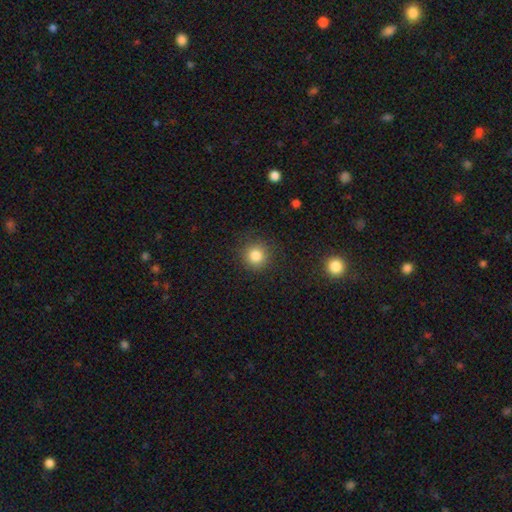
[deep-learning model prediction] Smooth or featured?
  - smooth: 83% *
  - star or artifact: 12%
  - featured or disk: 5%
How rounded?
  - round: 93% *
  - in between: 6%
  - cigar-shaped: 1%
Merging?
  - none: 89% *
  - minor disturbance: 7%
  - major disturbance: 3%
  - merger: 1%